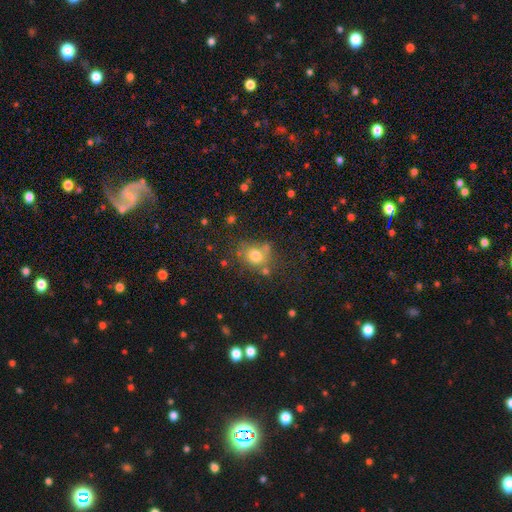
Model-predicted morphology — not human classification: Q: Smooth or featured?
A: smooth (72%); runner-up: featured or disk (14%)
Q: How rounded?
A: round (62%); runner-up: in between (37%)
Q: Merging?
A: none (59%); runner-up: minor disturbance (20%)